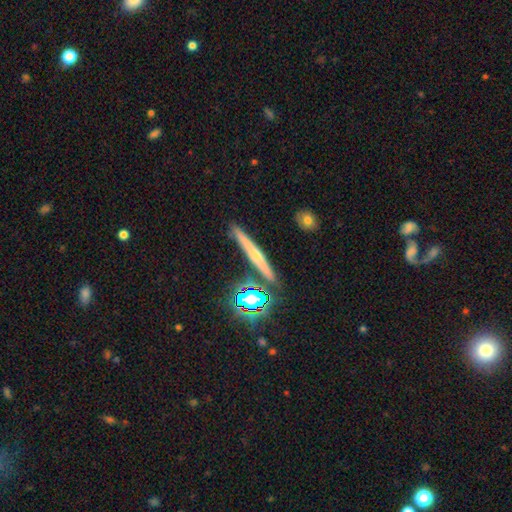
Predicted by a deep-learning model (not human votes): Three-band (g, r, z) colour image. It shows a featured or disk galaxy (48%). Merging: none (86%).